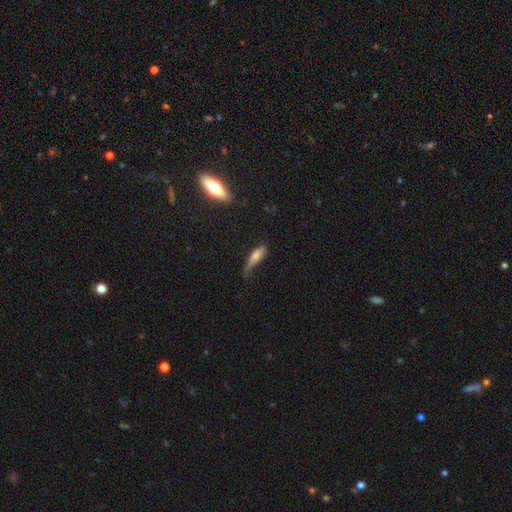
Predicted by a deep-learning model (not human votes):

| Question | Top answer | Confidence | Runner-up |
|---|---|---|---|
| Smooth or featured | smooth | 68% | featured or disk (24%) |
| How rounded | cigar-shaped | 68% | in between (29%) |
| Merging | minor disturbance | 39% | none (35%) |